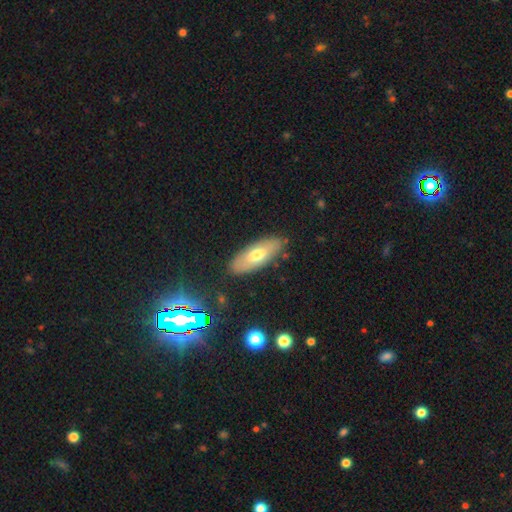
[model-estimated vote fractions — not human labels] Smooth or featured?
  - smooth: 60% *
  - featured or disk: 33%
  - star or artifact: 7%
How rounded?
  - in between: 79% *
  - cigar-shaped: 19%
  - round: 2%
Merging?
  - none: 85% *
  - minor disturbance: 11%
  - major disturbance: 3%
  - merger: 2%